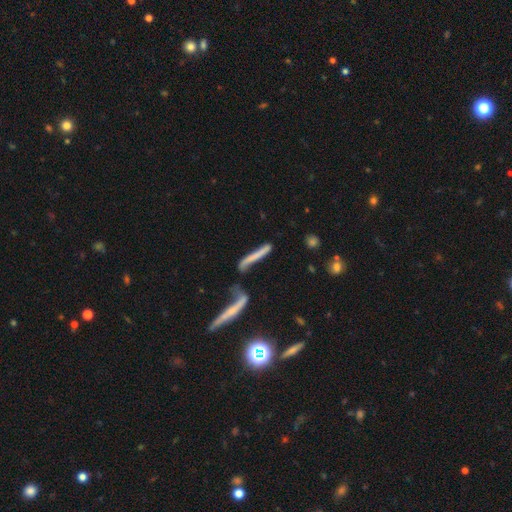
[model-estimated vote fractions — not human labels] Smooth or featured? smooth (48%)
Merging? none (36%)